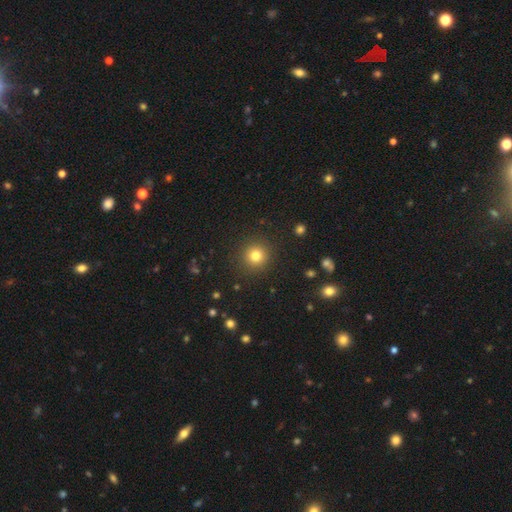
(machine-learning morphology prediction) Smooth or featured?
  - smooth: 81% *
  - star or artifact: 13%
  - featured or disk: 6%
How rounded?
  - round: 94% *
  - in between: 5%
  - cigar-shaped: 1%
Merging?
  - none: 91% *
  - minor disturbance: 6%
  - major disturbance: 3%
  - merger: 1%